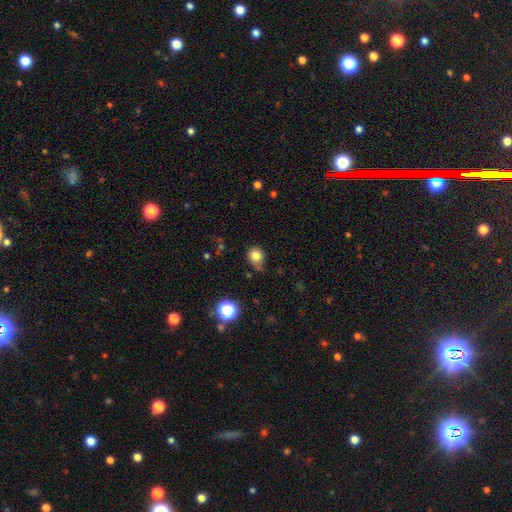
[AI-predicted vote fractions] smooth 80%, star or artifact 12%, featured or disk 7%. Down the decision tree: how rounded — round (77%); merging — none (56%).